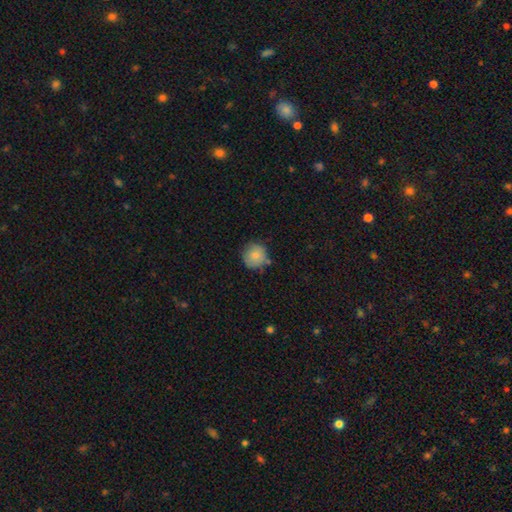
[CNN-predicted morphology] Smooth or featured: smooth — 83% (featured or disk — 10%)
How rounded: round — 92% (in between — 7%)
Merging: none — 72% (minor disturbance — 19%)